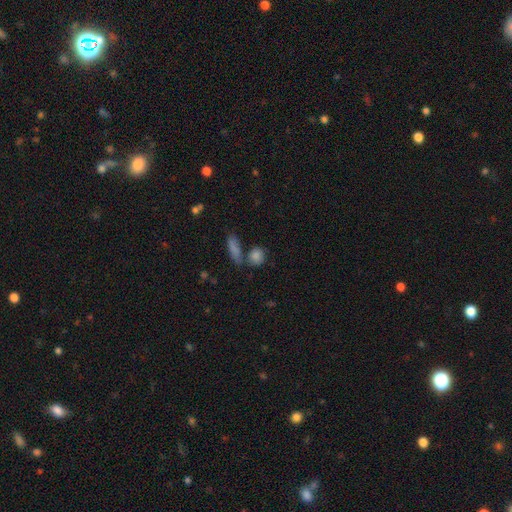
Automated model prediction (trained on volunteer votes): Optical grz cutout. It shows a smooth galaxy with no disk features (81%) that is round (59%). Merging: none (61%).